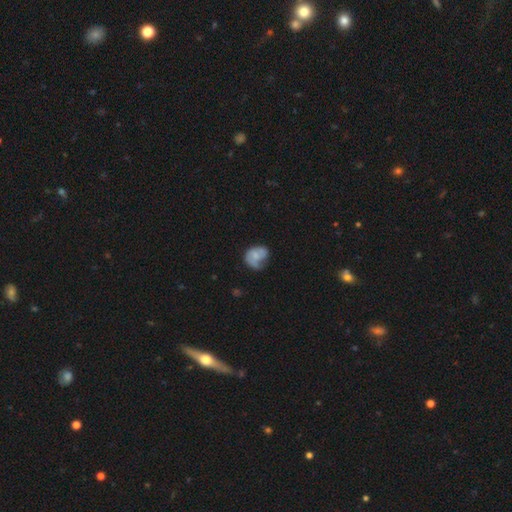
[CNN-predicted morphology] Q: Smooth or featured?
A: smooth (50%); runner-up: featured or disk (42%)
Q: Merging?
A: none (37%); runner-up: minor disturbance (32%)